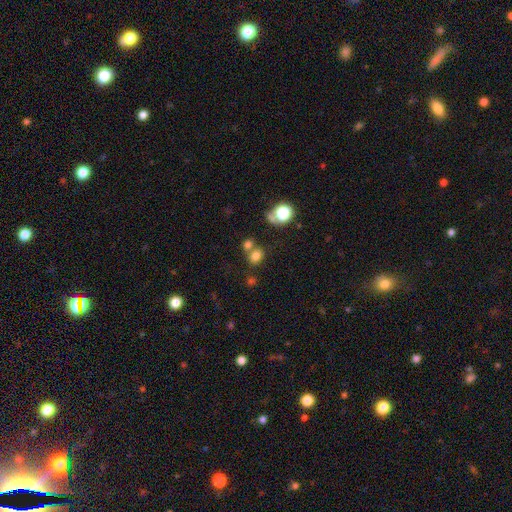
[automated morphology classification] type=smooth (75%); roundness=round (53%); merging=none (52%).